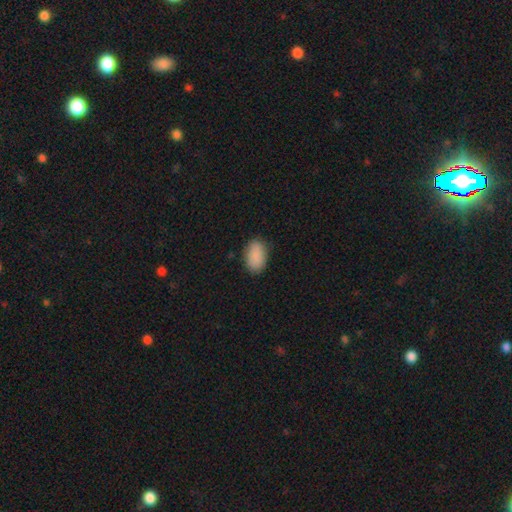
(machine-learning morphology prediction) smooth-or-featured: smooth: 89% | star or artifact: 7% | featured or disk: 4%
  how-rounded: in between: 92% | round: 7% | cigar-shaped: 1%
  merging: none: 84% | minor disturbance: 12% | major disturbance: 3% | merger: 1%